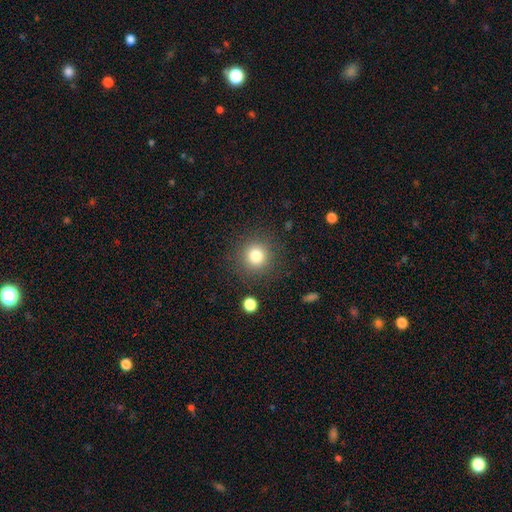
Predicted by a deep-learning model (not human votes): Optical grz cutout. It shows a smooth galaxy with no disk features (80%) that is round (93%). Merging: none (86%).